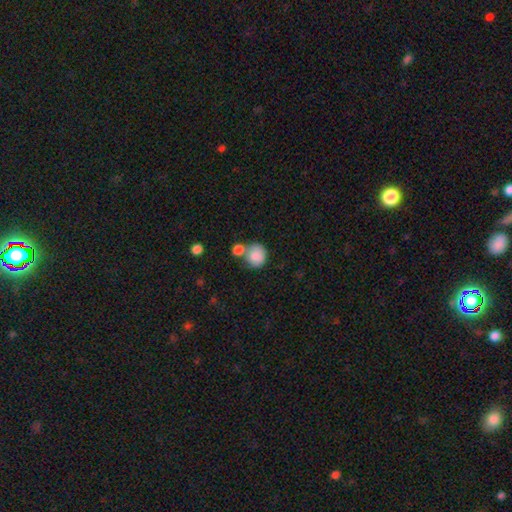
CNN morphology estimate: smooth_or_featured: smooth (p=0.83) [alt: featured or disk p=0.09]
how_rounded: round (p=0.82) [alt: in between p=0.18]
merging: none (p=0.47) [alt: merger p=0.33]